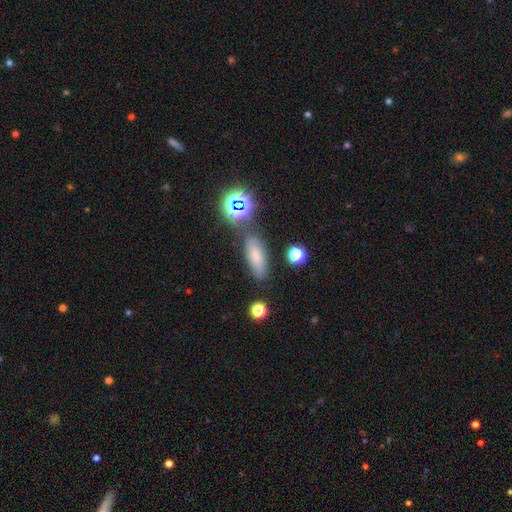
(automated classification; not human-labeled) Smooth or featured? smooth (67%)
How rounded? in between (65%)
Merging? none (70%)